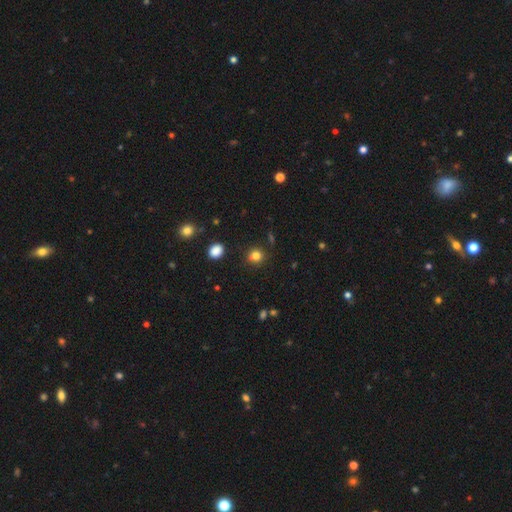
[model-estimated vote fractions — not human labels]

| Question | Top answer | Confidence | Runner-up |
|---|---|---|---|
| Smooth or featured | smooth | 82% | star or artifact (13%) |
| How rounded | round | 86% | in between (13%) |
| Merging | none | 87% | minor disturbance (8%) |